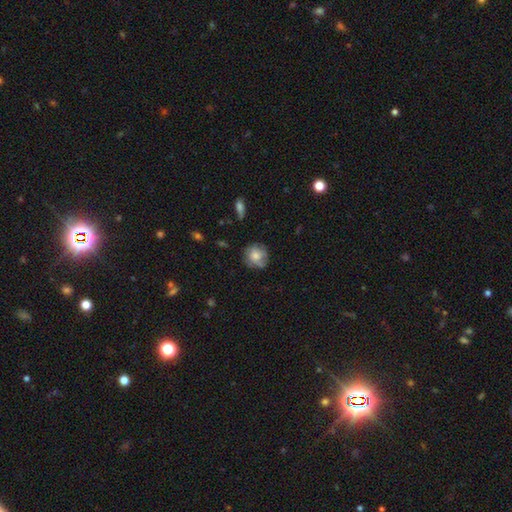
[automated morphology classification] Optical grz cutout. It shows a smooth galaxy with no disk features (65%) that is round (84%). Merging: none (68%).